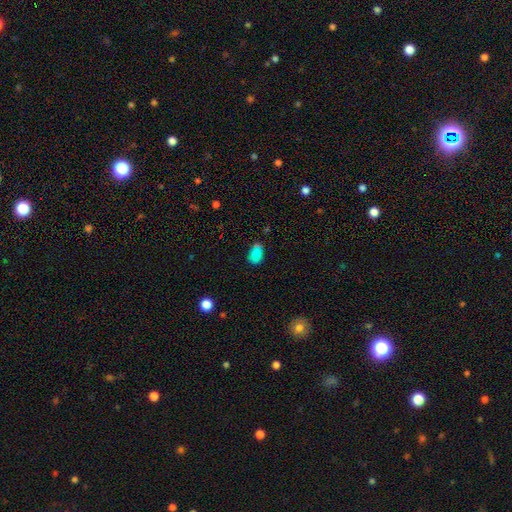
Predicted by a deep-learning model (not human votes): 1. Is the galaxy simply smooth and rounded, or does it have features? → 81% smooth, 13% star or artifact, 6% featured or disk.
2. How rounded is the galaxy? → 79% in between, 19% round, 2% cigar-shaped.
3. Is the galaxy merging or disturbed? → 60% none, 22% minor disturbance, 12% merger, 6% major disturbance.